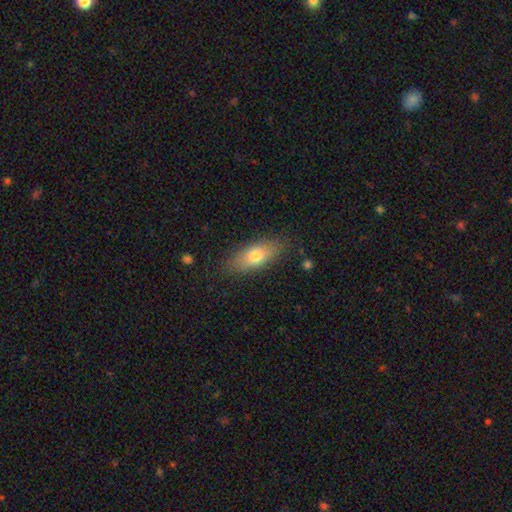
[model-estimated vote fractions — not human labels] A smooth galaxy with no disk features (72%) that is in between round and cigar-shaped (77%).

Vote fractions:
- Smooth or featured? smooth: 72% / featured or disk: 21% / star or artifact: 7%
- How rounded? in between: 77% / cigar-shaped: 19% / round: 4%
- Merging? none: 82% / minor disturbance: 13% / major disturbance: 3% / merger: 1%